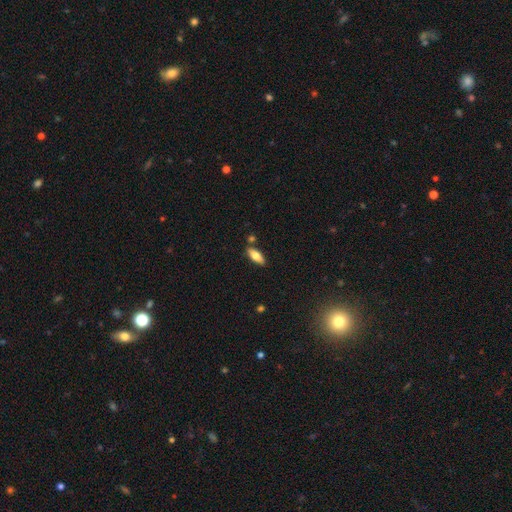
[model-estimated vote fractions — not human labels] Smooth or featured?
  - smooth: 72% *
  - featured or disk: 22%
  - star or artifact: 6%
How rounded?
  - in between: 72% *
  - cigar-shaped: 26%
  - round: 2%
Merging?
  - none: 82% *
  - minor disturbance: 10%
  - merger: 6%
  - major disturbance: 2%